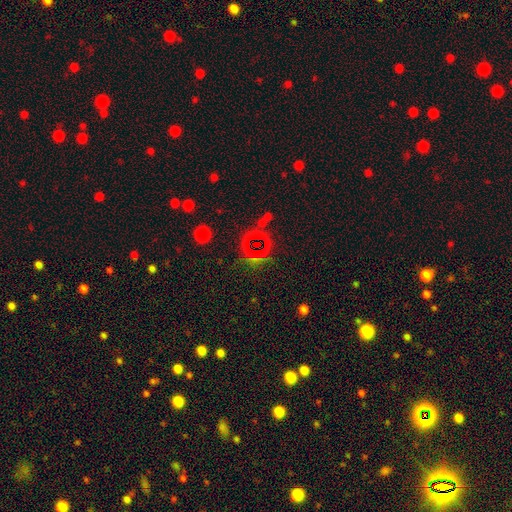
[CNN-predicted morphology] type=star or artifact (69%).